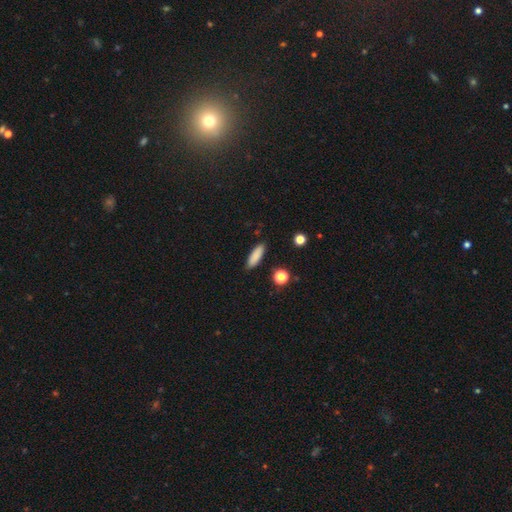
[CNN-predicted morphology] smooth-or-featured: smooth: 86% | star or artifact: 8% | featured or disk: 6%
  how-rounded: cigar-shaped: 55% | in between: 42% | round: 2%
  merging: none: 89% | minor disturbance: 8% | major disturbance: 2% | merger: 2%